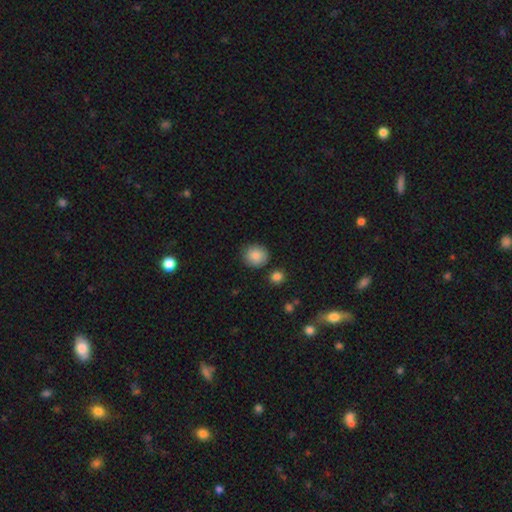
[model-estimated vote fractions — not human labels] Smooth or featured? Predicted: smooth (p=0.86). How rounded? Predicted: round (p=0.85). Merging? Predicted: none (p=0.84).